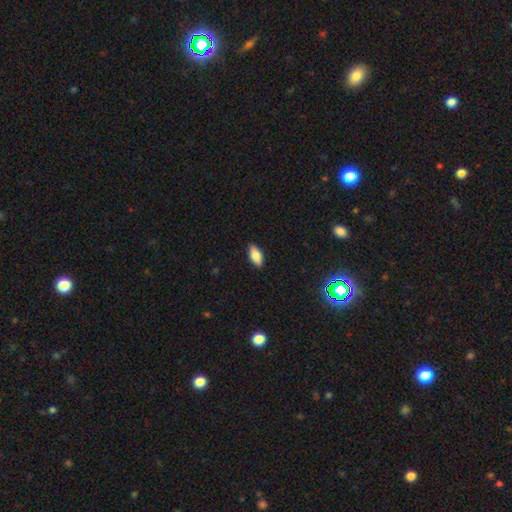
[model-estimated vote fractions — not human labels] Smooth or featured? smooth (83%)
How rounded? in between (87%)
Merging? none (88%)